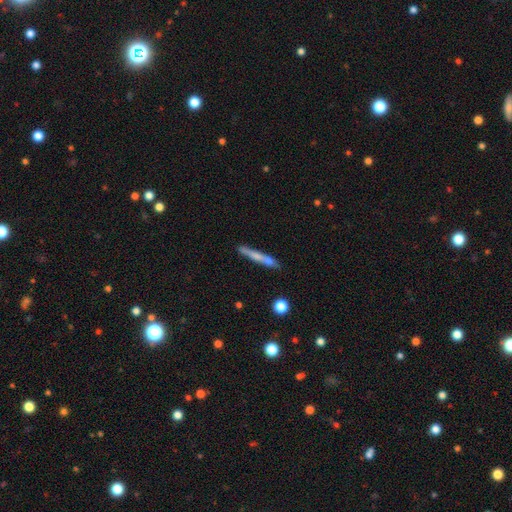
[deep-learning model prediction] Q: Smooth or featured?
A: smooth (49%); runner-up: featured or disk (43%)
Q: Merging?
A: none (73%); runner-up: minor disturbance (14%)